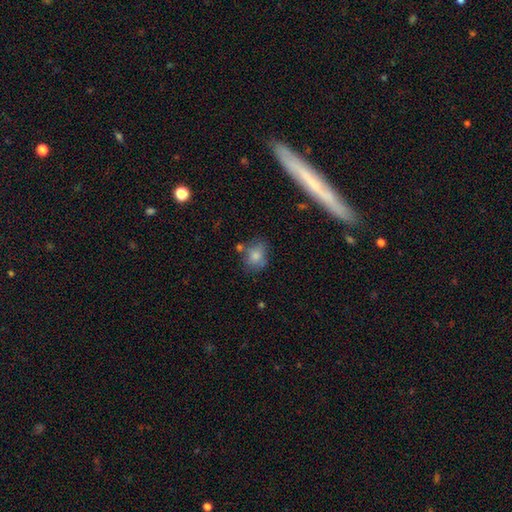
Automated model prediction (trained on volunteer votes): smooth-or-featured: smooth: 79% | featured or disk: 12% | star or artifact: 9%
  how-rounded: round: 52% | in between: 47% | cigar-shaped: 1%
  merging: none: 62% | minor disturbance: 21% | merger: 10% | major disturbance: 7%